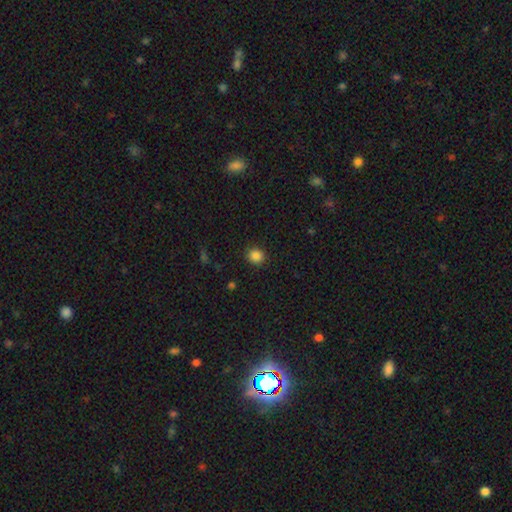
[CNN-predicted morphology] This appears to be a smooth galaxy with no disk features (86%) that is round (83%). Merging: none (89%).